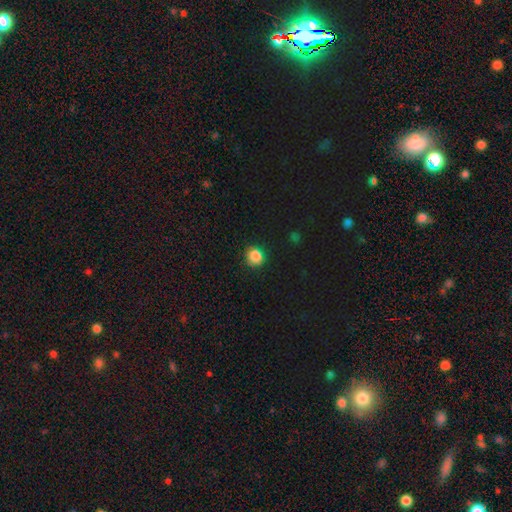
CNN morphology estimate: smooth-or-featured: smooth: 85% | star or artifact: 11% | featured or disk: 4%
  how-rounded: round: 88% | in between: 11% | cigar-shaped: 1%
  merging: none: 85% | minor disturbance: 11% | major disturbance: 2% | merger: 1%